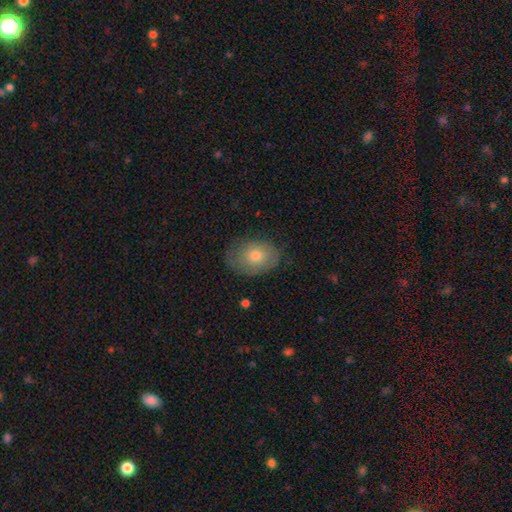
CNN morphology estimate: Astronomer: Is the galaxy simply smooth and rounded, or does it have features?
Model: smooth — 70%.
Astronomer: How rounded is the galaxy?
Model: in between — 71%.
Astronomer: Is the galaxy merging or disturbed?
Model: none — 73%.